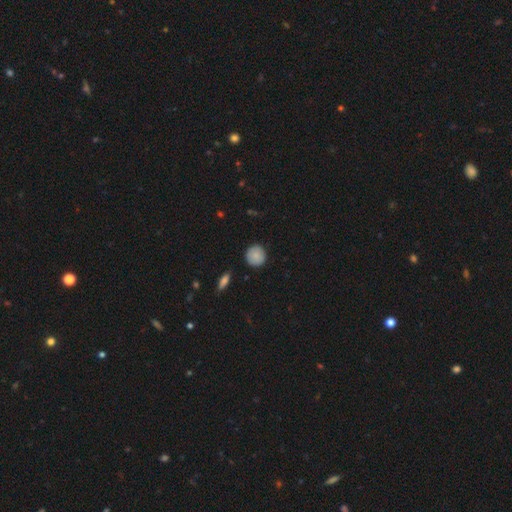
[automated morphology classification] A smooth galaxy with no disk features (86%) that is round (94%). Merging: none (89%).